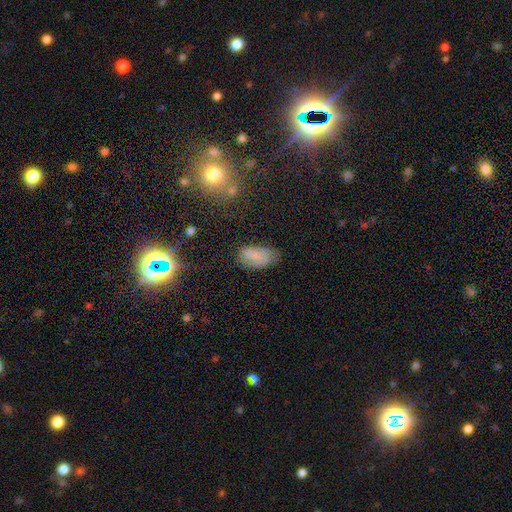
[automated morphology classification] A smooth galaxy with no disk features (75%) that is in between round and cigar-shaped (93%).

Vote fractions:
- Smooth or featured? smooth: 75% / star or artifact: 14% / featured or disk: 11%
- How rounded? in between: 93% / cigar-shaped: 4% / round: 4%
- Merging? none: 64% / minor disturbance: 25% / major disturbance: 8% / merger: 2%